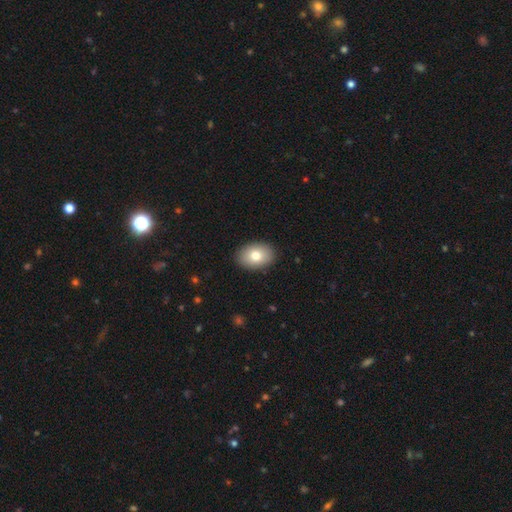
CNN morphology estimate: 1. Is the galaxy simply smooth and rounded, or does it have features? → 79% smooth, 13% featured or disk, 8% star or artifact.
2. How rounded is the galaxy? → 82% in between, 16% round, 1% cigar-shaped.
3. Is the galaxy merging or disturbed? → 90% none, 8% minor disturbance, 2% major disturbance, 1% merger.